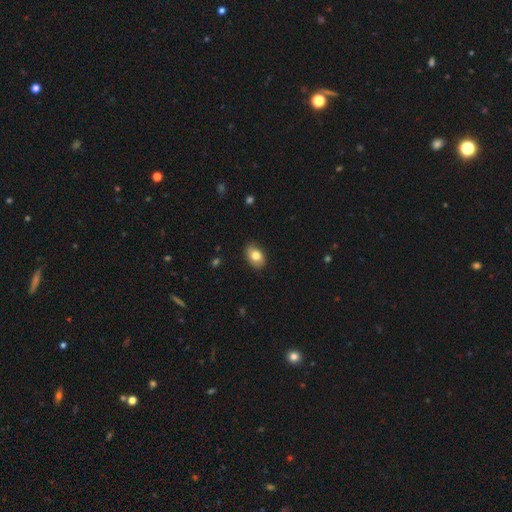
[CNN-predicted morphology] Smooth or featured? smooth (79%)
How rounded? in between (84%)
Merging? none (86%)